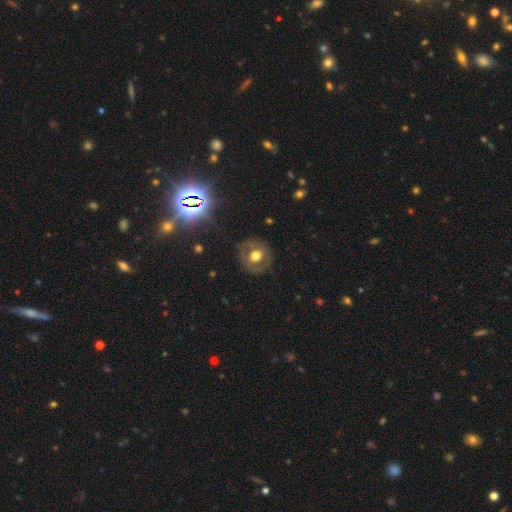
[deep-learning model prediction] Q: Smooth or featured?
A: smooth (46%); runner-up: featured or disk (41%)
Q: Merging?
A: none (80%); runner-up: minor disturbance (12%)